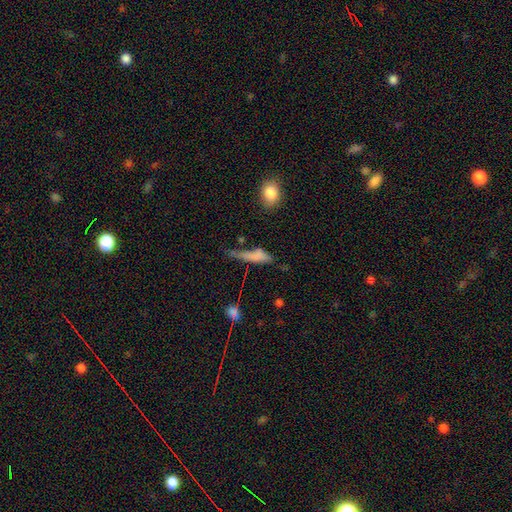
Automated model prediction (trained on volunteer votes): Smooth or featured? smooth (66%)
How rounded? cigar-shaped (65%)
Merging? none (34%)